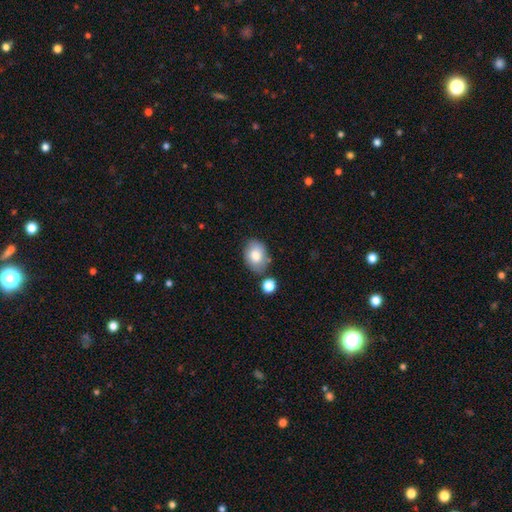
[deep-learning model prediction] smooth_or_featured: smooth (p=0.80) [alt: featured or disk p=0.12]
how_rounded: in between (p=0.68) [alt: round p=0.31]
merging: none (p=0.74) [alt: minor disturbance p=0.15]